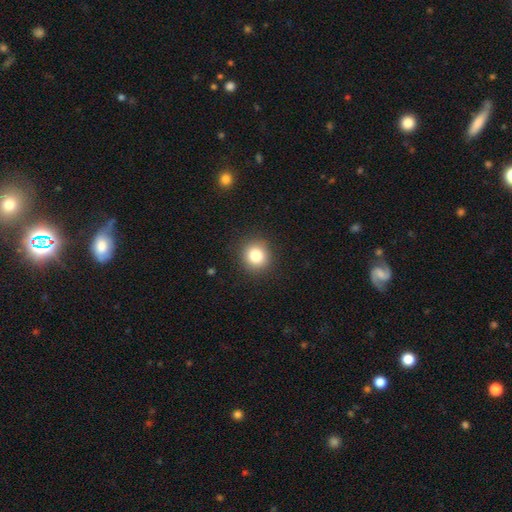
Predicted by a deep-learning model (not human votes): smooth_or_featured: smooth (p=0.82) [alt: star or artifact p=0.11]
how_rounded: round (p=0.88) [alt: in between p=0.11]
merging: none (p=0.91) [alt: minor disturbance p=0.06]